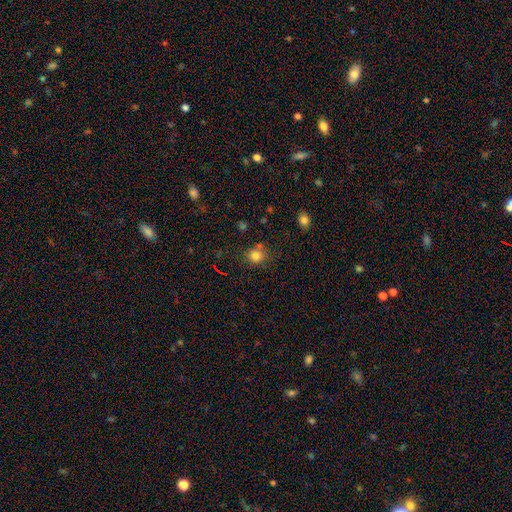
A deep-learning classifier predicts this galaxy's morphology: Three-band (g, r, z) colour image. It shows a smooth galaxy with no disk features (80%) that is round (78%). Merging: none (72%).